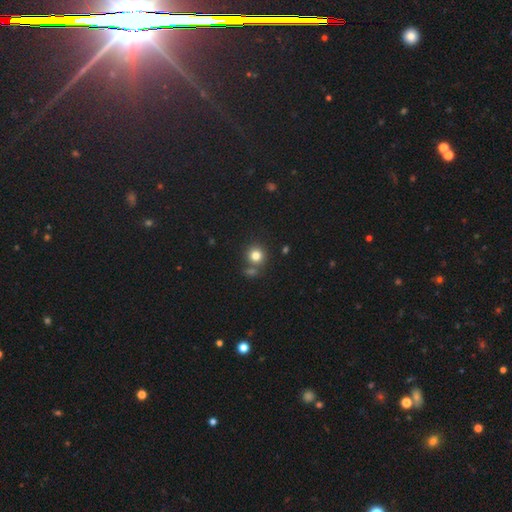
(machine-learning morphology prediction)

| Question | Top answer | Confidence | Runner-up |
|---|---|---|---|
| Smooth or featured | smooth | 80% | star or artifact (13%) |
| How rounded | round | 91% | in between (8%) |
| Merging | none | 71% | merger (16%) |